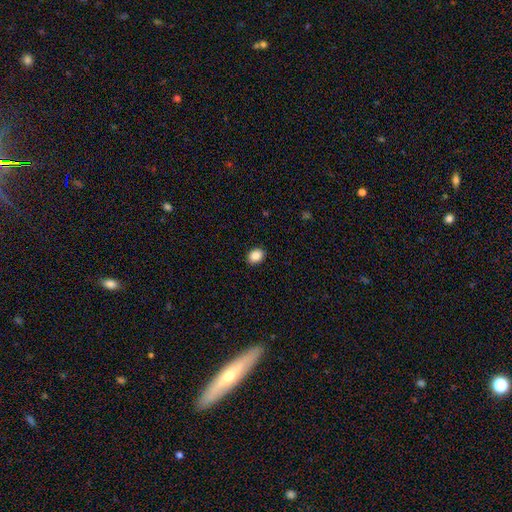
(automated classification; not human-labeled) A smooth galaxy with no disk features (88%) that is in between round and cigar-shaped (67%). Merging: none (90%).